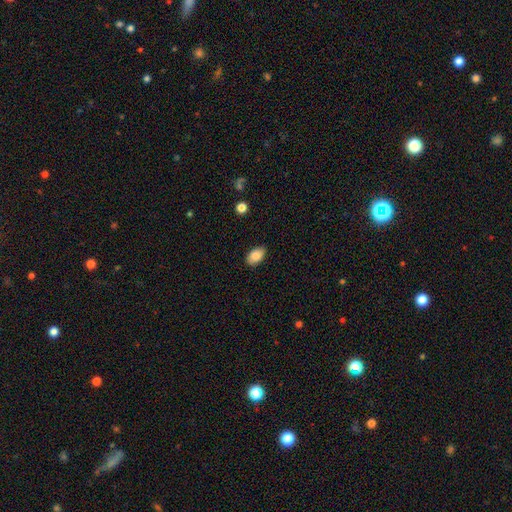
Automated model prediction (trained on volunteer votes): Overall: smooth (84%). How rounded: in between (91%). Merging: none (85%).